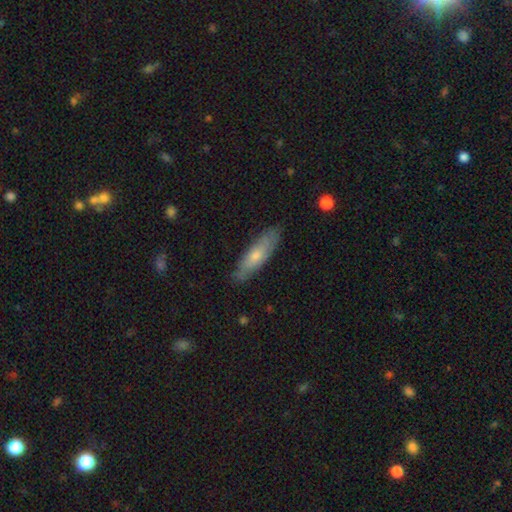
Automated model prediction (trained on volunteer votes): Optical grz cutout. It shows a smooth galaxy with no disk features (57%) that is cigar-shaped (65%). Merging: none (82%).